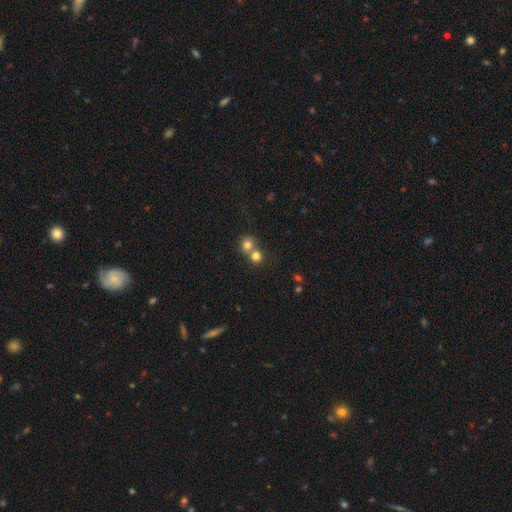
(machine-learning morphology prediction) smooth 76%, star or artifact 14%, featured or disk 10%. Down the decision tree: how rounded — round (86%); merging — merger (50%).